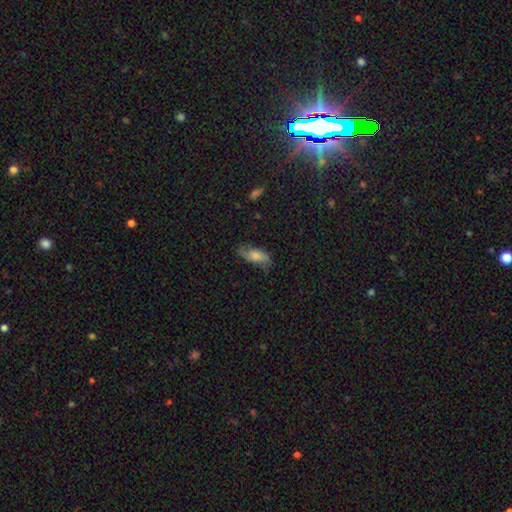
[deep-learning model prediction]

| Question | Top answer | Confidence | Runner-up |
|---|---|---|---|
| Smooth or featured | smooth | 60% | featured or disk (32%) |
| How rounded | in between | 80% | cigar-shaped (17%) |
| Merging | none | 62% | minor disturbance (26%) |